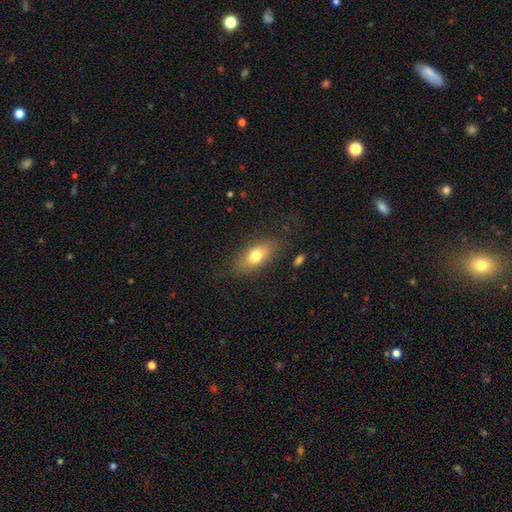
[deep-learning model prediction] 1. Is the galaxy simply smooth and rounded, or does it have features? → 74% smooth, 18% featured or disk, 8% star or artifact.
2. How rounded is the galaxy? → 83% in between, 10% cigar-shaped, 7% round.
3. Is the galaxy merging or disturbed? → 80% none, 13% minor disturbance, 5% major disturbance, 2% merger.